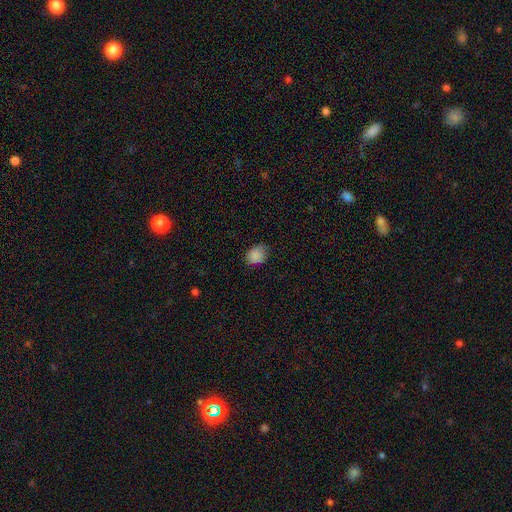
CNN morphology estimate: Smooth or featured? smooth (86%)
How rounded? in between (55%)
Merging? none (68%)